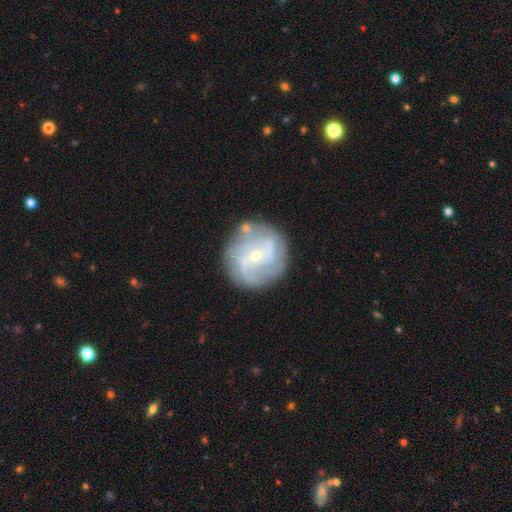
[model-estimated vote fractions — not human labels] A featured or disk galaxy (82%) with no bar (51%), 2 (35%) medium (42%) spiral arms (92%) and a small central bulge (74%).

Vote fractions:
- Smooth or featured? featured or disk: 82% / smooth: 12% / star or artifact: 6%
- Edge-on disk? no: 97% / yes: 3%
- Bar? no: 51% / weak: 37% / strong: 12%
- Spiral arms? yes: 92% / no: 8%
- Spiral winding? medium: 42% / tight: 40% / loose: 18%
- Spiral arm count? 2: 35% / can't tell: 23% / 3: 22% / 4: 10% / 1: 5% / more than 4: 5%
- Bulge size? small: 74% / moderate: 23% / large: 1% / none: 1% / dominant: 1%
- Merging? none: 78% / minor disturbance: 13% / major disturbance: 5% / merger: 3%